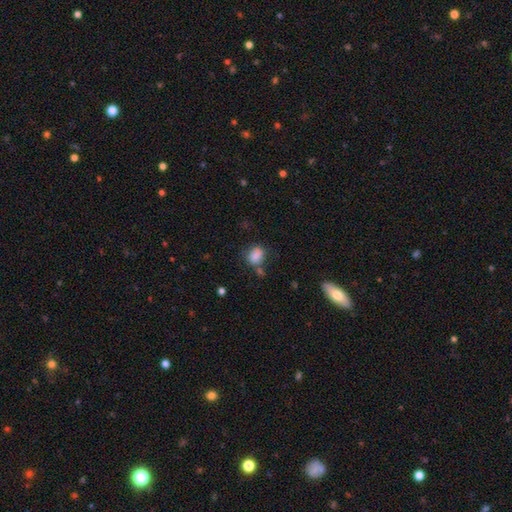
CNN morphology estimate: The model was most divided on "how rounded": in between: 62%, round: 37%, cigar-shaped: 1%. More confident: smooth or featured — smooth (84%); merging — none (59%).